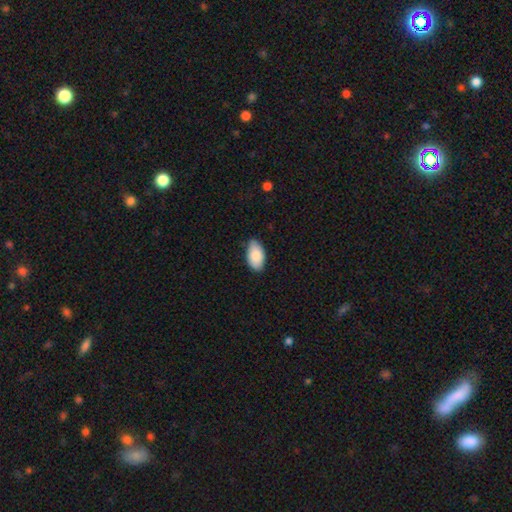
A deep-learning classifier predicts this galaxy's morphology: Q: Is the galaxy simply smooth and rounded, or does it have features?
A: smooth — 87%.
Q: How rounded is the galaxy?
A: in between — 95%.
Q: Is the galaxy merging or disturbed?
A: none — 79%.